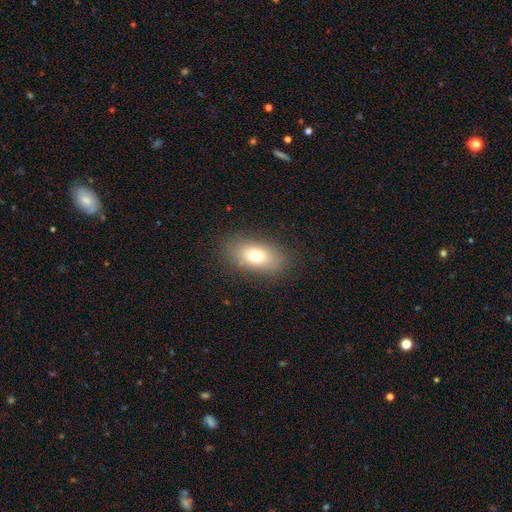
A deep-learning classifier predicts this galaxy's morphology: smooth-or-featured: smooth: 74% | featured or disk: 16% | star or artifact: 10%
  how-rounded: in between: 87% | round: 8% | cigar-shaped: 4%
  merging: none: 83% | minor disturbance: 11% | major disturbance: 4% | merger: 1%